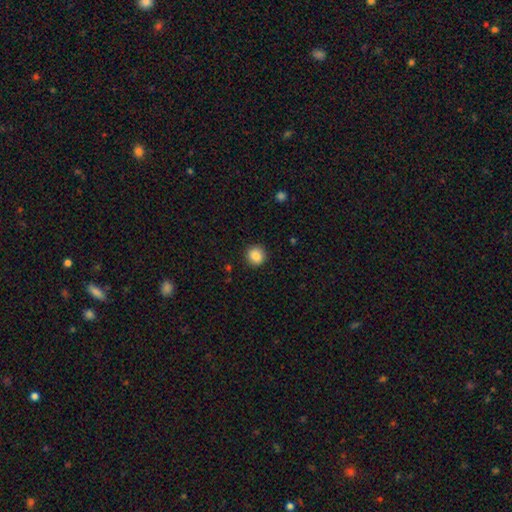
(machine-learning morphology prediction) Smooth or featured? smooth (87%)
How rounded? round (89%)
Merging? none (91%)